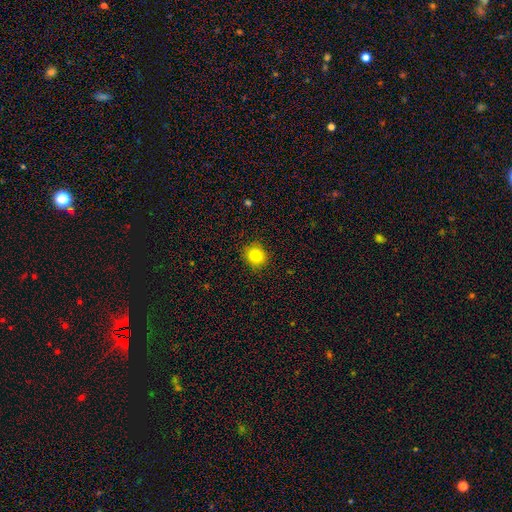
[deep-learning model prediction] Smooth or featured? Predicted: smooth (p=0.83). How rounded? Predicted: round (p=0.84). Merging? Predicted: none (p=0.89).